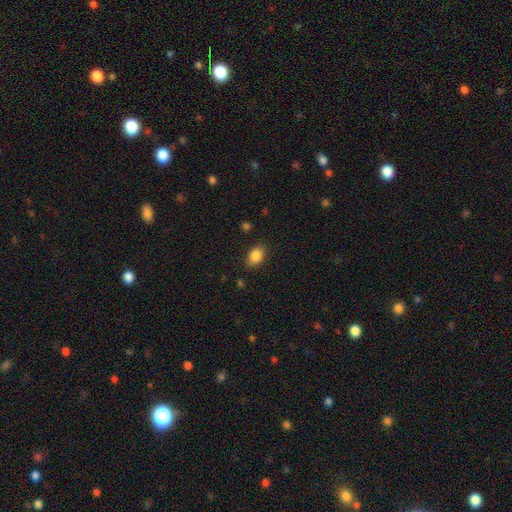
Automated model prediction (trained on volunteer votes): The model was most divided on "how rounded": in between: 80%, round: 19%, cigar-shaped: 2%. More confident: smooth or featured — smooth (86%); merging — none (82%).